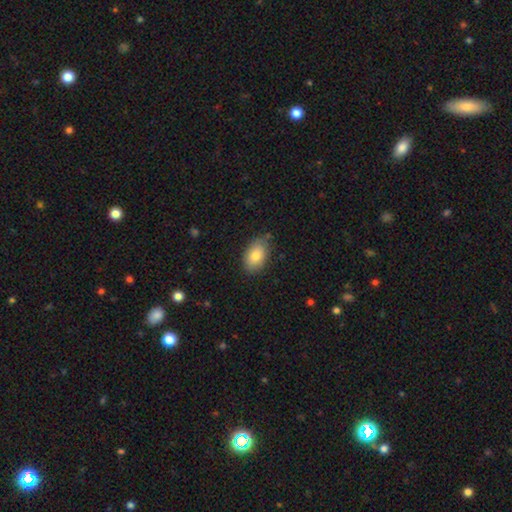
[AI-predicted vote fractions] This appears to be a smooth galaxy with no disk features (82%) that is in between round and cigar-shaped (89%). Merging: none (78%).